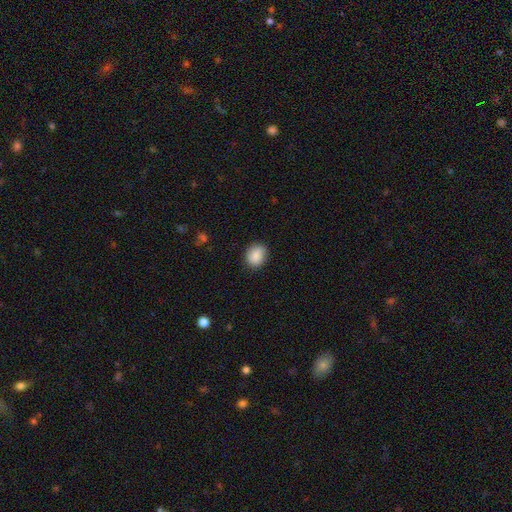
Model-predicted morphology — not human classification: Smooth or featured? smooth (87%)
How rounded? round (59%)
Merging? none (83%)